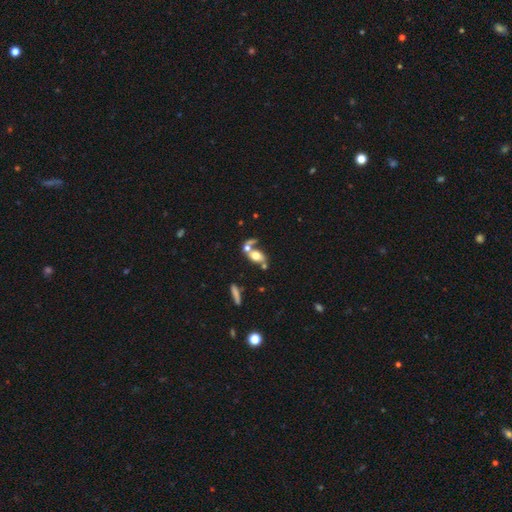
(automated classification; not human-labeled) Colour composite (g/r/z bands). It shows a smooth galaxy with no disk features (57%) that is in between round and cigar-shaped (73%). Merging: merger (49%).